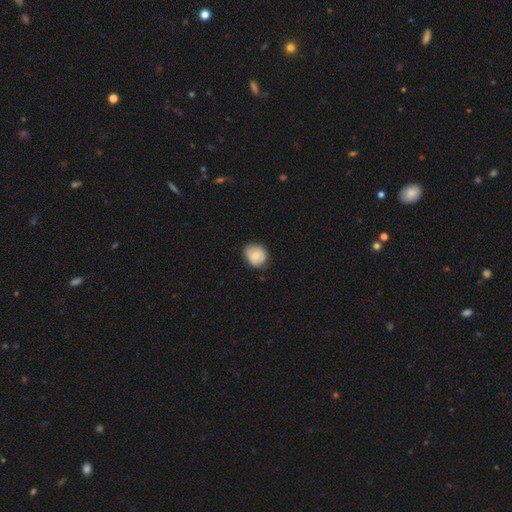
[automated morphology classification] type=smooth (70%); roundness=round (70%); merging=none (67%).